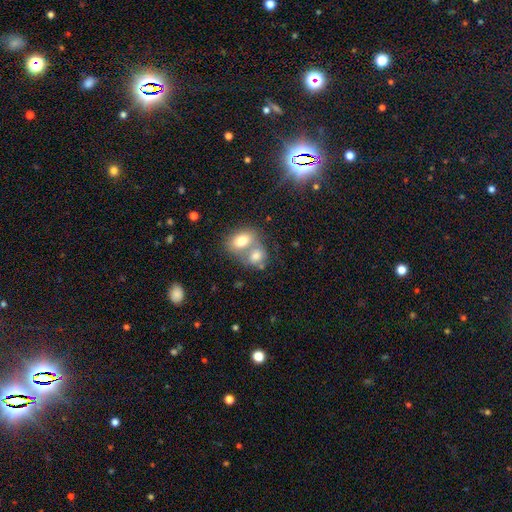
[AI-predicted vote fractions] This is likely a smooth galaxy (75%). How rounded: likely in between (66%). Merging: likely merger (70%).